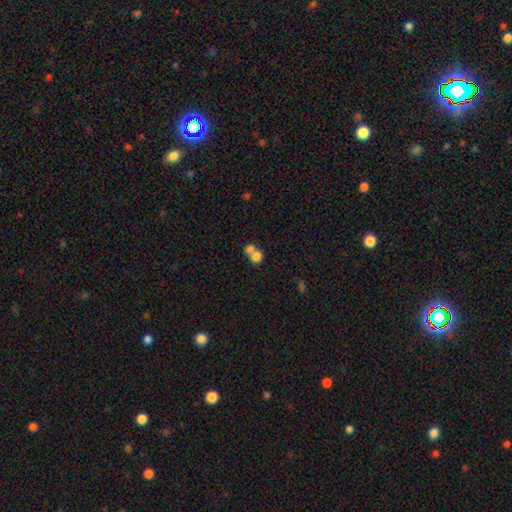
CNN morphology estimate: This appears to be a smooth galaxy with no disk features (78%) that is round (61%). Merging: merger (66%).